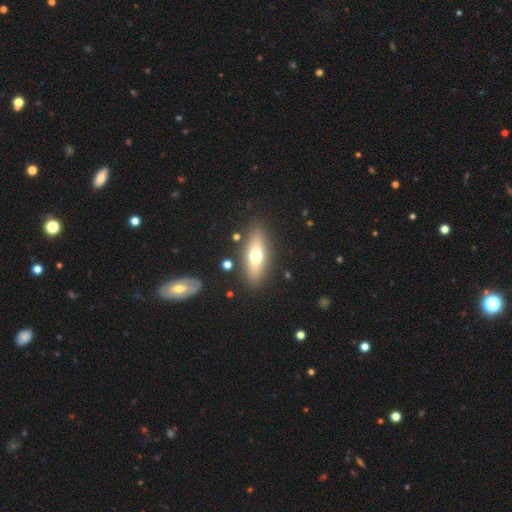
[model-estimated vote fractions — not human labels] Smooth or featured? smooth (54%)
How rounded? in between (57%)
Merging? none (85%)